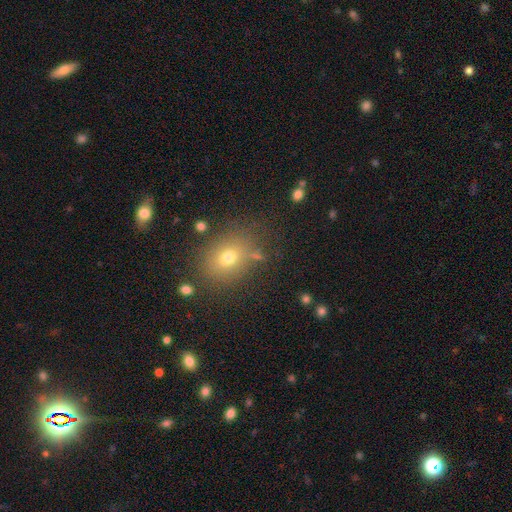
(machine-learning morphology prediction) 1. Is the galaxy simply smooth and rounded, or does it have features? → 67% smooth, 19% star or artifact, 14% featured or disk.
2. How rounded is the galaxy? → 49% round (tied), 49% in between (tied), 1% cigar-shaped.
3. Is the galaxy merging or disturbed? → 78% none, 12% minor disturbance, 5% major disturbance, 4% merger.